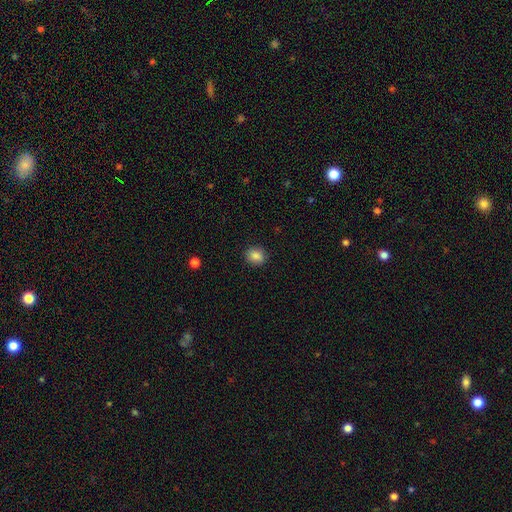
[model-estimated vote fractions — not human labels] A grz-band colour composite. It shows a smooth galaxy with no disk features (86%) that is round (67%). Merging: none (89%).